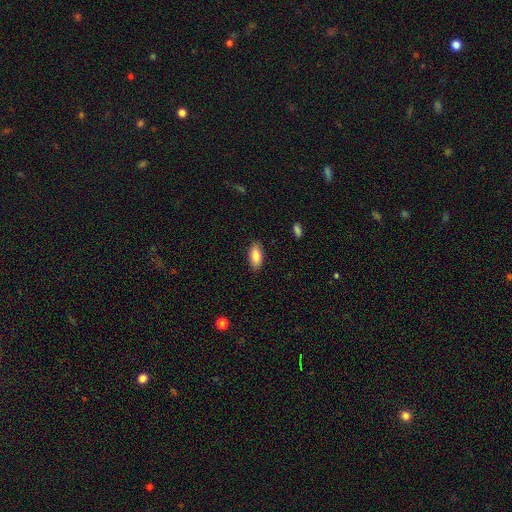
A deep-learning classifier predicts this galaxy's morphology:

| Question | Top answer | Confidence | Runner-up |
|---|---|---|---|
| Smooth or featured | smooth | 84% | featured or disk (10%) |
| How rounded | in between | 87% | cigar-shaped (11%) |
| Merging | none | 88% | minor disturbance (9%) |